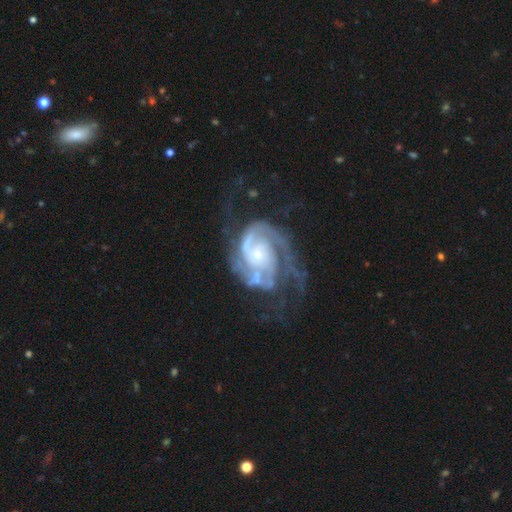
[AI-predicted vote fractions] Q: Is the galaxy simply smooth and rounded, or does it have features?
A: featured or disk — 91%.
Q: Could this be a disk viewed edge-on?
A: no — 98%.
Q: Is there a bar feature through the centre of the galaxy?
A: no — 65%.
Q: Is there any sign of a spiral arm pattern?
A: yes — 97%.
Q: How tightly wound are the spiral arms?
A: tight — 52%.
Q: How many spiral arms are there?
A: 2 — 53%.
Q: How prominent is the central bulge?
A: small — 62%.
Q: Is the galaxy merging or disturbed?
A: none — 52%.